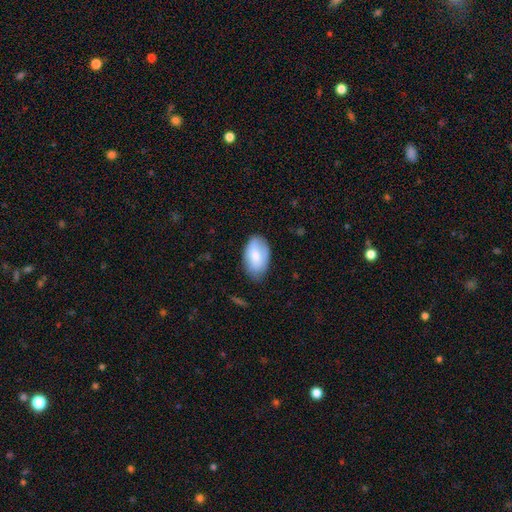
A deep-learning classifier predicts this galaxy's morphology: A smooth galaxy with no disk features (77%) that is in between round and cigar-shaped (94%). Merging: none (73%).